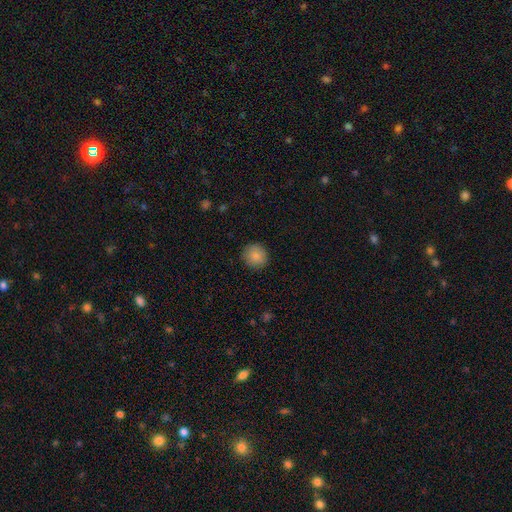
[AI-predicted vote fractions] Overall: smooth (87%). How rounded: round (91%). Merging: none (90%).